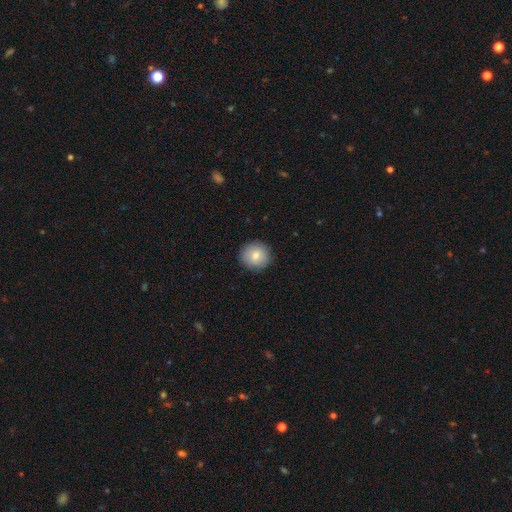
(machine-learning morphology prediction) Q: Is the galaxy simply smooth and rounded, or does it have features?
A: smooth — 81%.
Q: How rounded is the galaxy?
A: round — 92%.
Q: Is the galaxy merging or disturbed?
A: none — 90%.